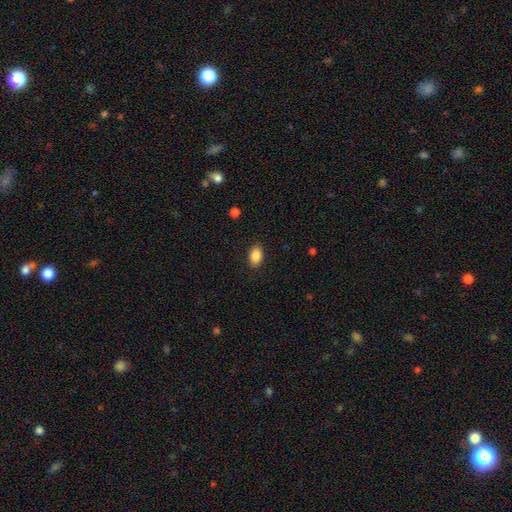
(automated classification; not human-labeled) smooth_or_featured: smooth (p=0.87) [alt: star or artifact p=0.08]
how_rounded: in between (p=0.88) [alt: round p=0.10]
merging: none (p=0.88) [alt: minor disturbance p=0.08]